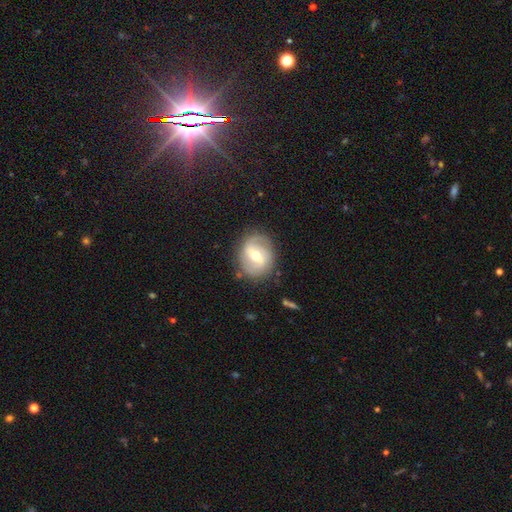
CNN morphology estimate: type=featured or disk (70%); edge-on=no (96%); bar=weak (48%); spiral arms=yes (78%); winding=medium (41%); arm count=2 (77%); bulge=moderate (71%); merging=none (78%).